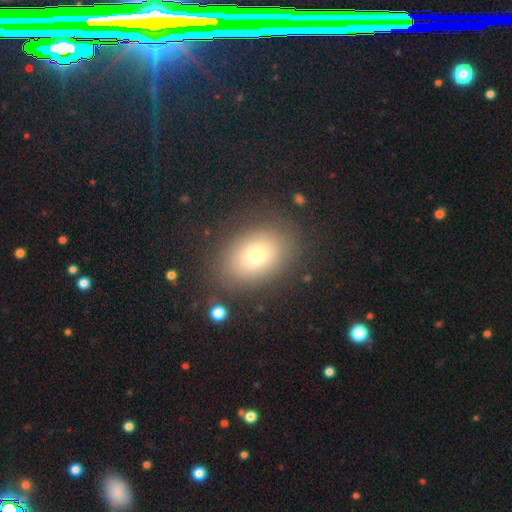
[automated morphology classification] Overall: smooth (71%). How rounded: in between (69%; round 30%). Merging: none (83%).